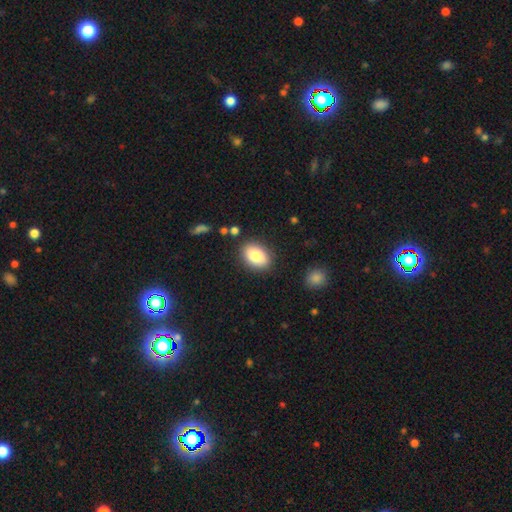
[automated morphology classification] Overall: smooth (83%). How rounded: in between (81%). Merging: none (84%).